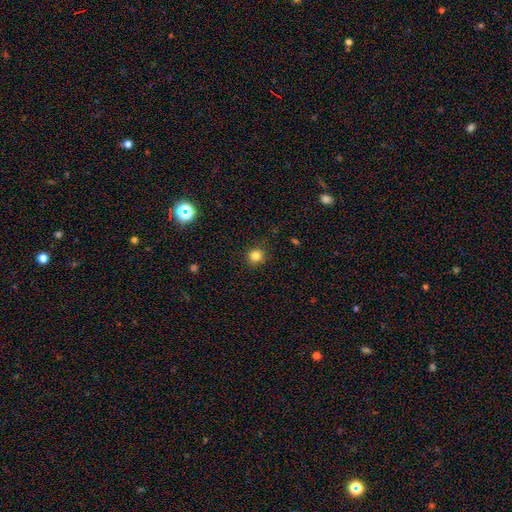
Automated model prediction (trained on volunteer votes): Smooth or featured: smooth — 82% (star or artifact — 13%)
How rounded: round — 91% (in between — 8%)
Merging: none — 90% (minor disturbance — 7%)